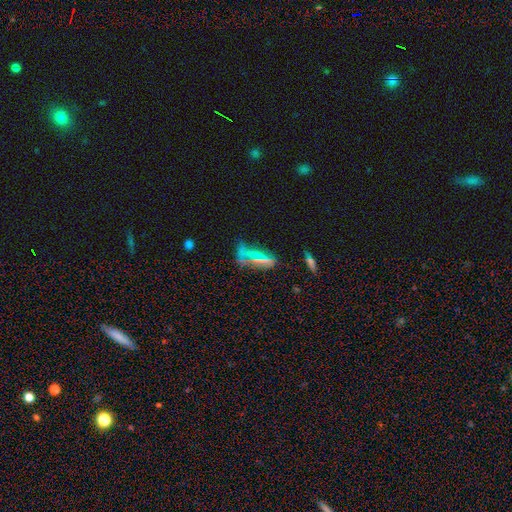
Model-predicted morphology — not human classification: The model was most divided on "smooth or featured": smooth: 37%, featured or disk: 32%, star or artifact: 31%. Remaining: merging — none (42%).